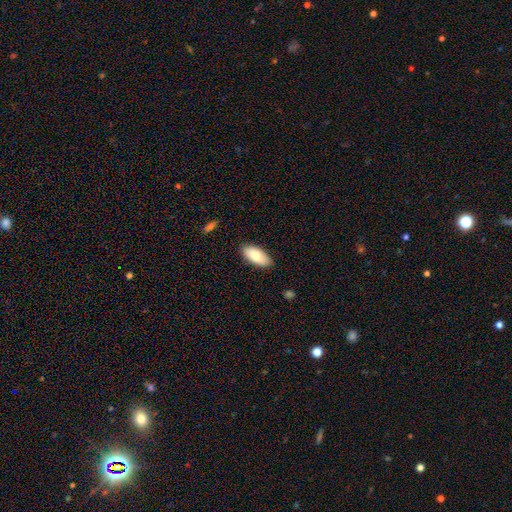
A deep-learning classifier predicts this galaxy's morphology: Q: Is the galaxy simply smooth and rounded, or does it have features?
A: smooth — 81%.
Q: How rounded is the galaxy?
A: in between — 92%.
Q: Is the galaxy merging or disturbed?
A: none — 86%.